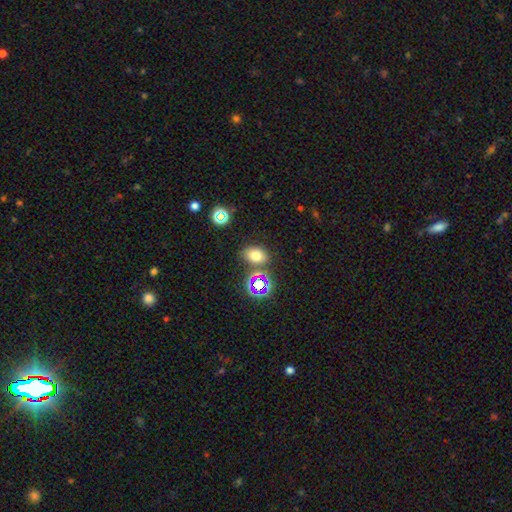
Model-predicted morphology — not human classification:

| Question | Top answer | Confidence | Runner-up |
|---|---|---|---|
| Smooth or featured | smooth | 67% | star or artifact (24%) |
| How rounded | in between | 72% | round (27%) |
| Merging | none | 74% | minor disturbance (12%) |